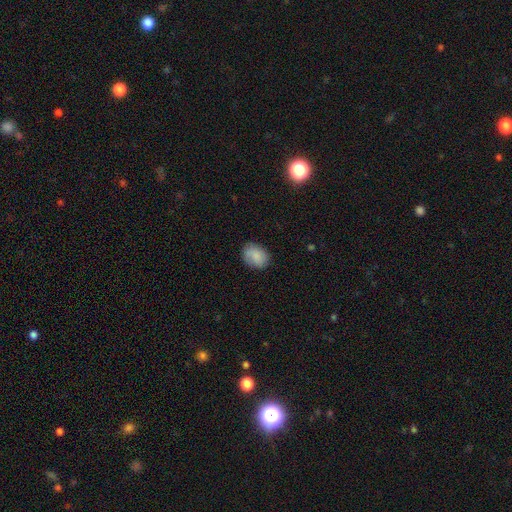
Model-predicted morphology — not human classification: Smooth or featured? Predicted: smooth (p=0.81). How rounded? Predicted: in between (p=0.61). Merging? Predicted: none (p=0.76).